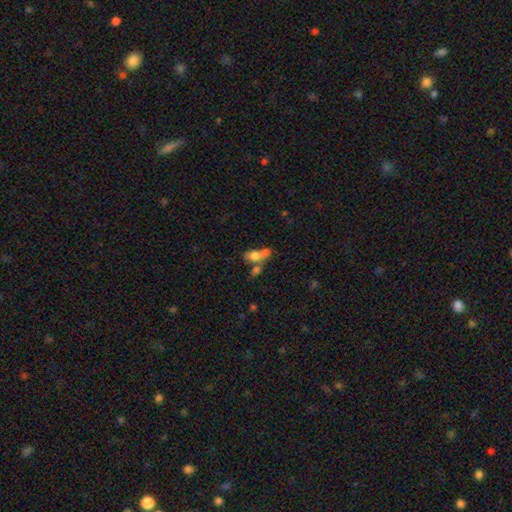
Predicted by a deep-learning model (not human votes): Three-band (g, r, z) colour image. It shows a smooth galaxy with no disk features (66%) that is in between round and cigar-shaped (74%). Merging: merger (55%).